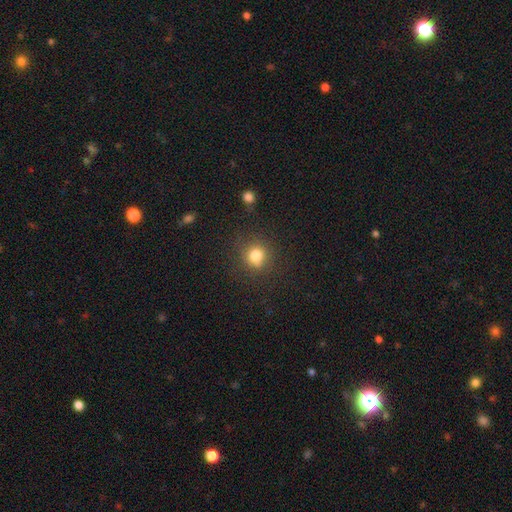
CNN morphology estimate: smooth 80%, star or artifact 13%, featured or disk 7%. Down the decision tree: how rounded — round (88%); merging — none (75%).